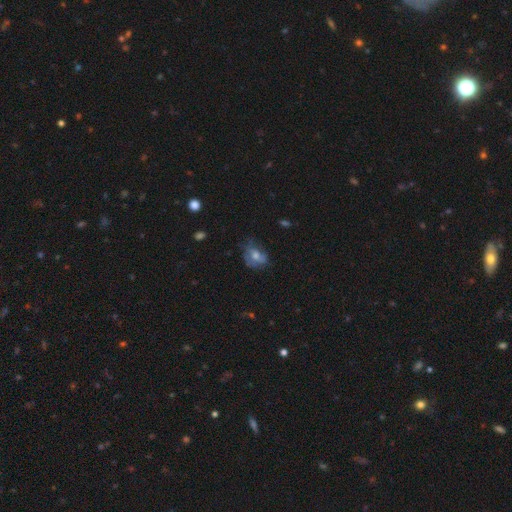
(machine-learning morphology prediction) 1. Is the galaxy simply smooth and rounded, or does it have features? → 46% featured or disk, 40% smooth, 14% star or artifact.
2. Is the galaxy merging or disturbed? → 52% none, 28% minor disturbance, 18% major disturbance, 2% merger.